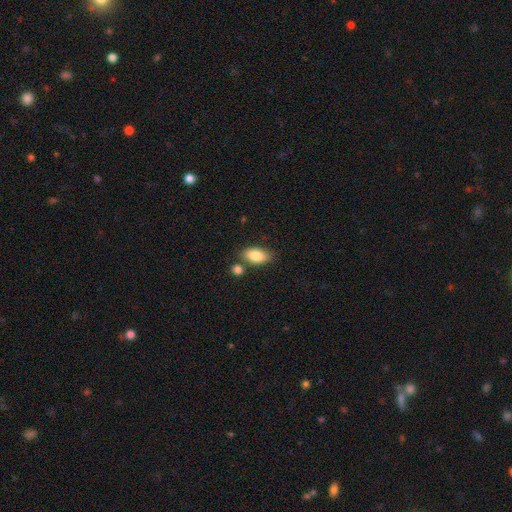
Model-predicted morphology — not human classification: A smooth galaxy with no disk features (83%) that is in between round and cigar-shaped (91%).

Vote fractions:
- Smooth or featured? smooth: 83% / featured or disk: 10% / star or artifact: 7%
- How rounded? in between: 91% / round: 5% / cigar-shaped: 4%
- Merging? none: 73% / minor disturbance: 12% / merger: 12% / major disturbance: 3%